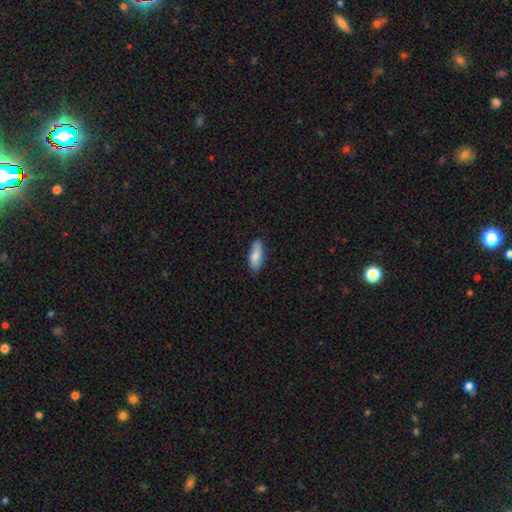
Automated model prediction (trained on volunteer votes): smooth 79%, featured or disk 15%, star or artifact 6%. Down the decision tree: how rounded — in between (75%); merging — none (81%).